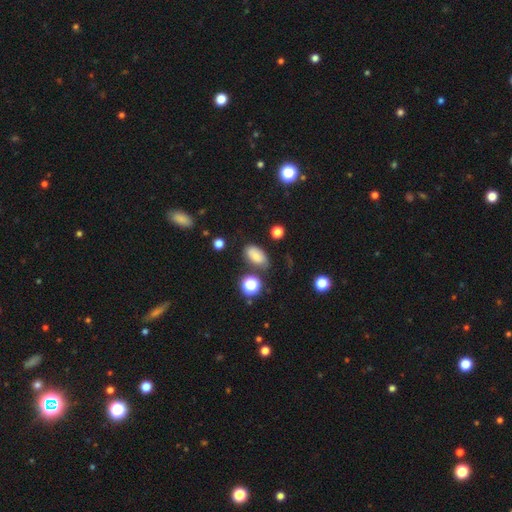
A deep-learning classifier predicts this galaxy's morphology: Overall: smooth (71%). How rounded: in between (89%). Merging: none (68%).